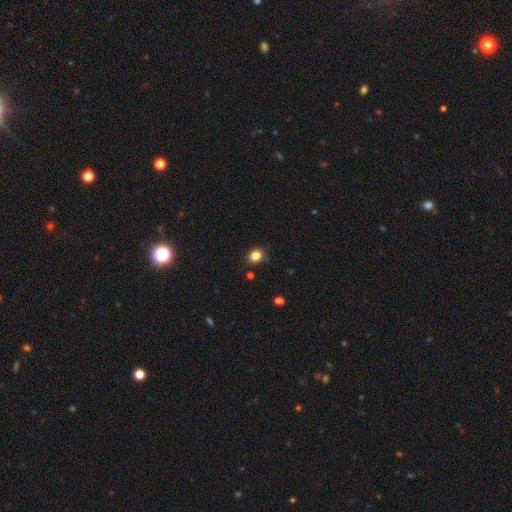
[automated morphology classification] smooth_or_featured: smooth (p=0.84) [alt: star or artifact p=0.12]
how_rounded: round (p=0.68) [alt: in between p=0.31]
merging: none (p=0.84) [alt: minor disturbance p=0.10]